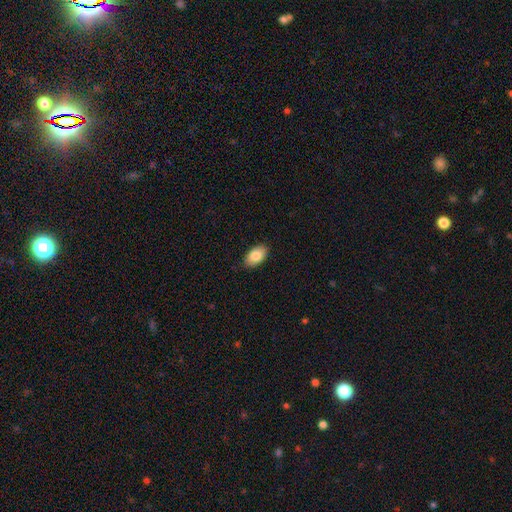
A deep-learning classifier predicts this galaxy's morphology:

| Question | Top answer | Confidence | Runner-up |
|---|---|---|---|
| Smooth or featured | smooth | 86% | featured or disk (8%) |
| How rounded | in between | 94% | round (4%) |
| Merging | none | 87% | minor disturbance (10%) |